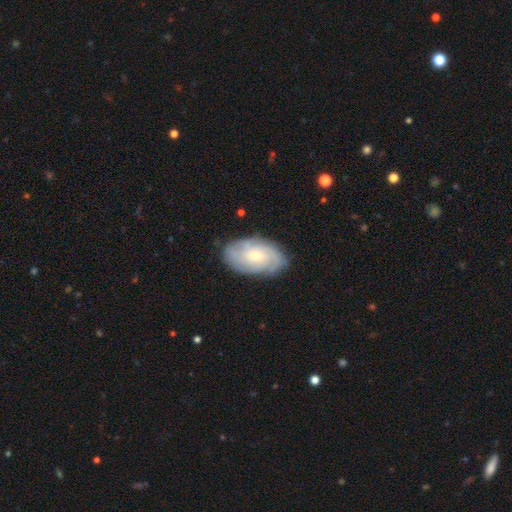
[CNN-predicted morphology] A featured or disk galaxy (73%) with no bar (73%), tight (64%) spiral arms (92%) and a small central bulge (67%).

Vote fractions:
- Smooth or featured? featured or disk: 73% / smooth: 21% / star or artifact: 6%
- Edge-on disk? no: 96% / yes: 4%
- Bar? no: 73% / weak: 24% / strong: 3%
- Spiral arms? yes: 92% / no: 8%
- Spiral winding? tight: 64% / medium: 28% / loose: 8%
- Spiral arm count? can't tell: 40% / 3: 19% / 2: 16% / 4: 14% / more than 4: 5% / 1: 5%
- Bulge size? small: 67% / moderate: 29% / large: 1% / none: 1% / dominant: 1%
- Merging? none: 79% / minor disturbance: 15% / major disturbance: 4% / merger: 1%